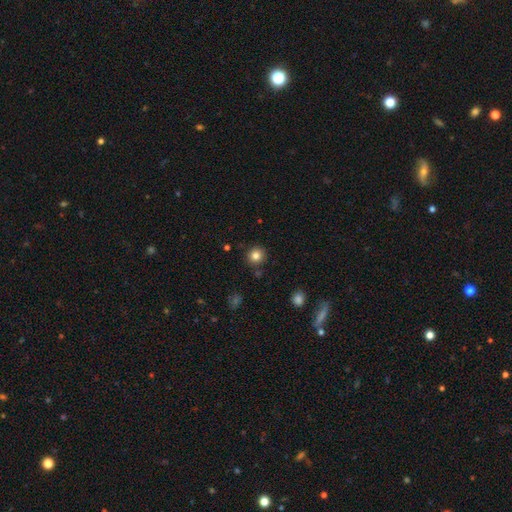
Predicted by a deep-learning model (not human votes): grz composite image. It shows a smooth galaxy with no disk features (83%) that is round (92%). Merging: none (88%).